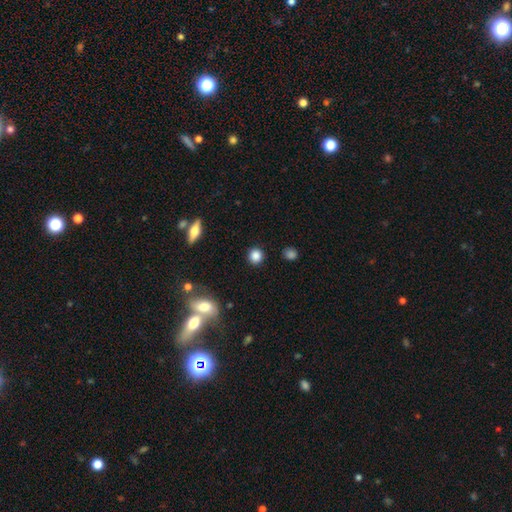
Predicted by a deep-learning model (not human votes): Smooth or featured: smooth — 85% (star or artifact — 10%)
How rounded: round — 90% (in between — 9%)
Merging: none — 89% (minor disturbance — 6%)